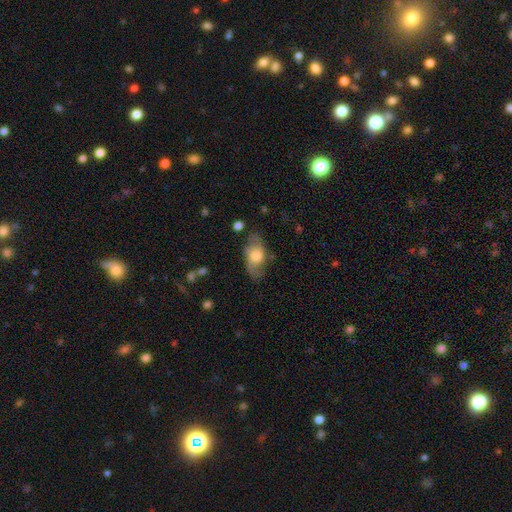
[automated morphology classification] smooth-or-featured: smooth: 56% | featured or disk: 37% | star or artifact: 7%
  how-rounded: in between: 88% | round: 9% | cigar-shaped: 4%
  merging: none: 62% | minor disturbance: 25% | major disturbance: 11% | merger: 2%